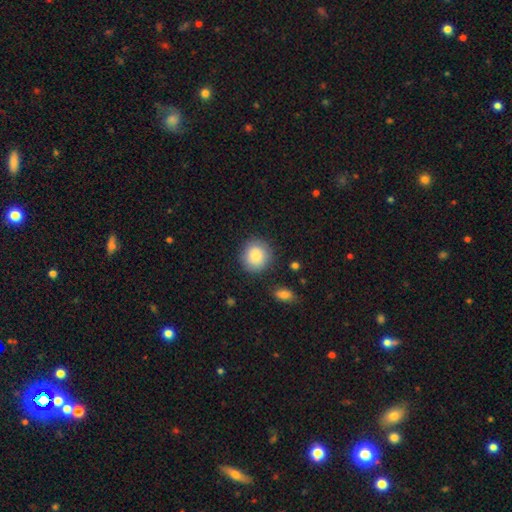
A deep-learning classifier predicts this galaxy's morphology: This is clearly a smooth galaxy (86%). How rounded: clearly round (89%). Merging: clearly none (85%).